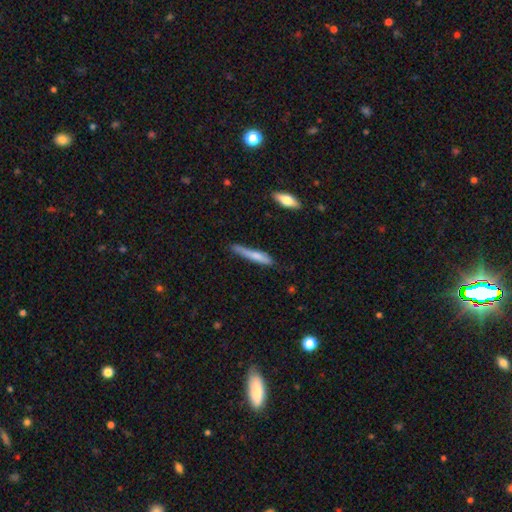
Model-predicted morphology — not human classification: smooth-or-featured: smooth: 70% | featured or disk: 24% | star or artifact: 6%
  how-rounded: cigar-shaped: 91% | in between: 8% | round: 1%
  merging: none: 59% | minor disturbance: 30% | major disturbance: 7% | merger: 3%